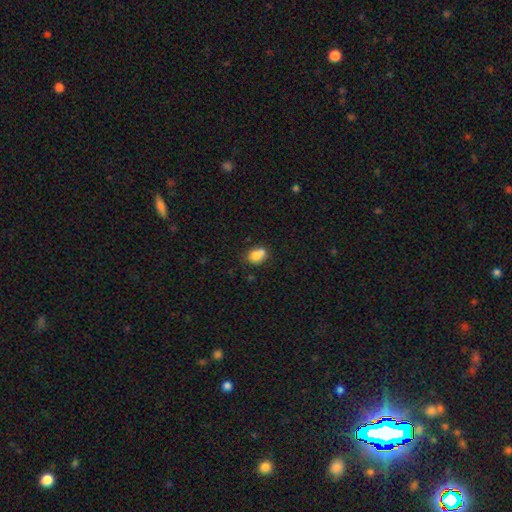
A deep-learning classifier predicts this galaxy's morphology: Smooth or featured? Predicted: smooth (p=0.78). How rounded? Predicted: in between (p=0.62). Merging? Predicted: none (p=0.42).